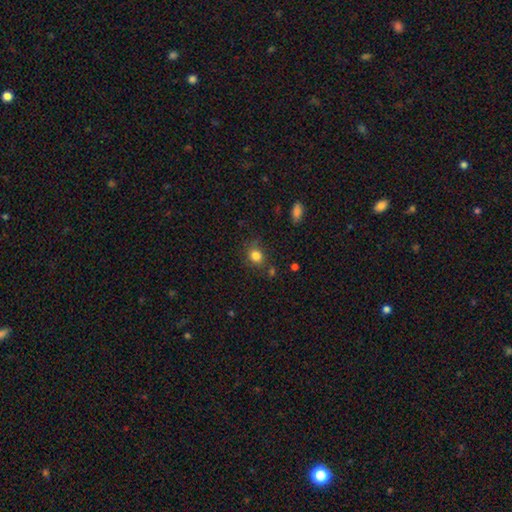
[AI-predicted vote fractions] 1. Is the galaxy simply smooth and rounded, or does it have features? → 82% smooth, 12% star or artifact, 6% featured or disk.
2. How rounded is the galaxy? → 65% round, 34% in between, 1% cigar-shaped.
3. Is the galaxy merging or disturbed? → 75% none, 16% minor disturbance, 5% major disturbance, 4% merger.